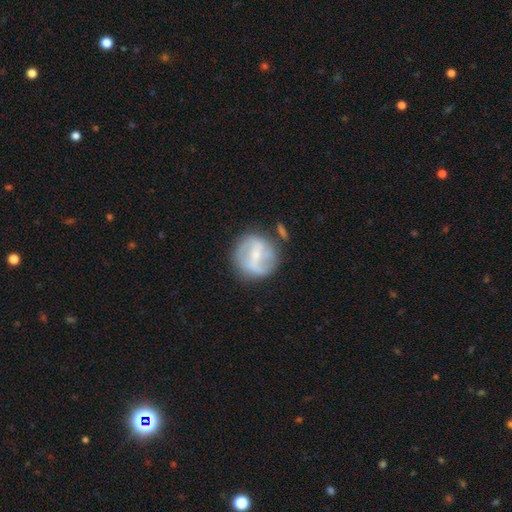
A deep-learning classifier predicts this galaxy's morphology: featured or disk 64%, smooth 29%, star or artifact 7%. Down the decision tree: edge-on disk — no (96%); bar — weak (44%); spiral arms — yes (71%); bulge size — small (57%); merging — none (70%).